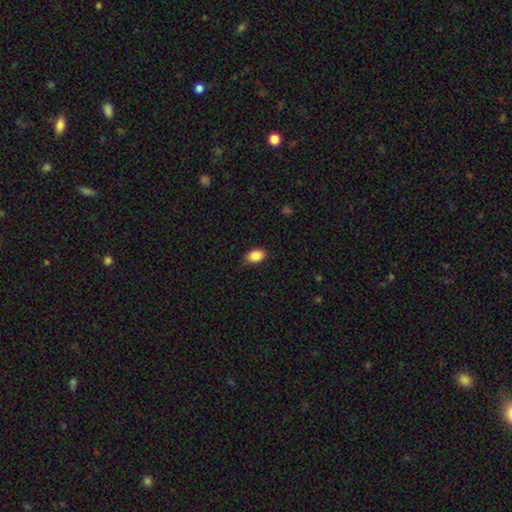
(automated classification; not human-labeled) A smooth galaxy with no disk features (87%) that is in between round and cigar-shaped (84%). Merging: none (73%).